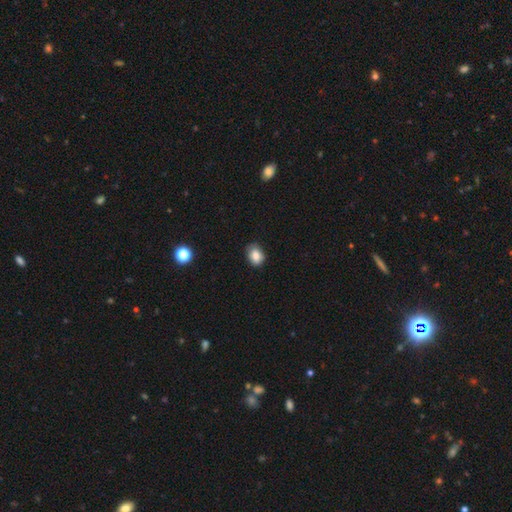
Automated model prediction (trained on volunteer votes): Smooth or featured? smooth (83%)
How rounded? in between (68%)
Merging? none (76%)